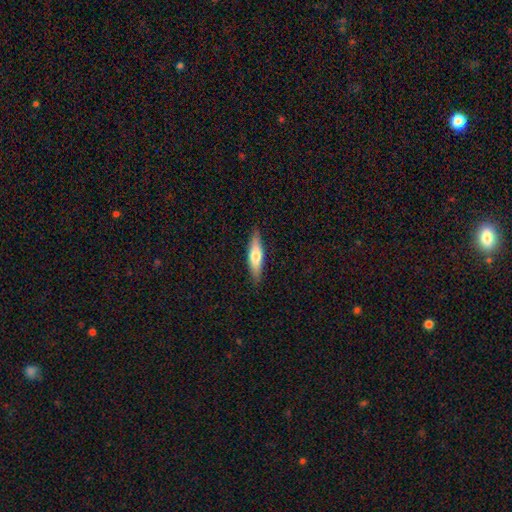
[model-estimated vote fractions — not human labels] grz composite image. It shows a smooth galaxy with no disk features (60%) that is cigar-shaped (72%). Merging: none (87%).